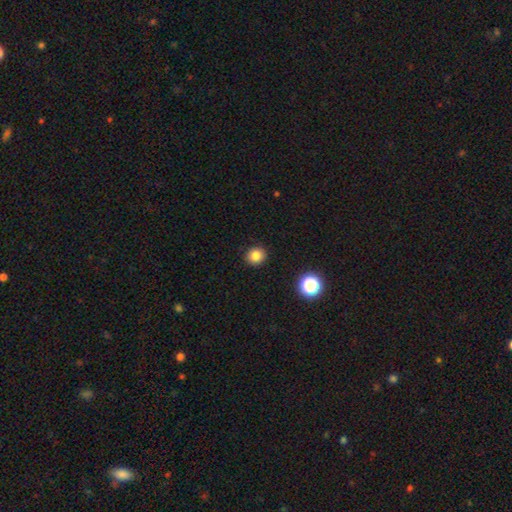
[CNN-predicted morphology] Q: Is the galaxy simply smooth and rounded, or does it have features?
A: smooth — 82%.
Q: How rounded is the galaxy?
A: round — 90%.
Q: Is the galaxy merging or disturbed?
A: none — 92%.